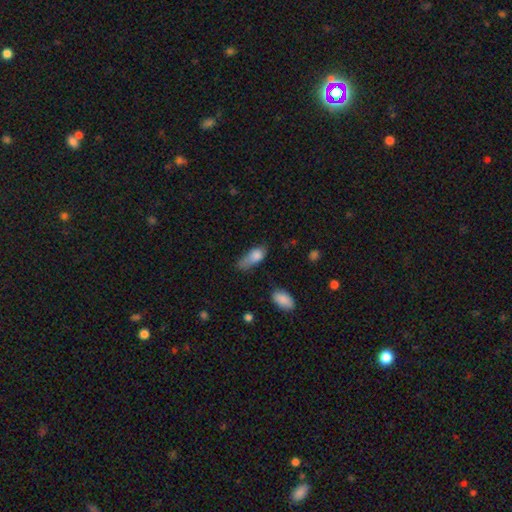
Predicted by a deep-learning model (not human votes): Smooth or featured: smooth — 80% (featured or disk — 12%)
How rounded: in between — 78% (cigar-shaped — 16%)
Merging: minor disturbance — 39% (major disturbance — 28%)